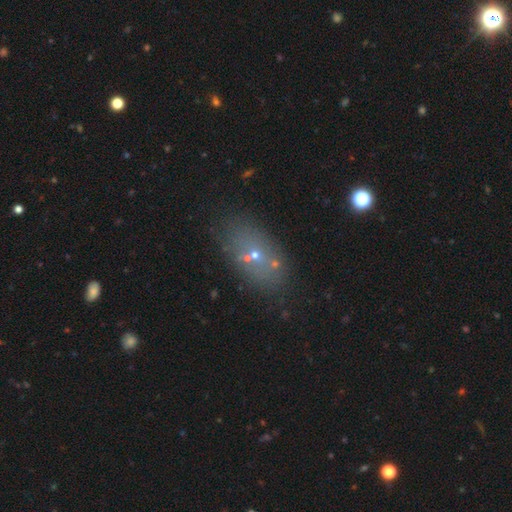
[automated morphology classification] A smooth galaxy with no disk features (47%). Merging: none (68%).